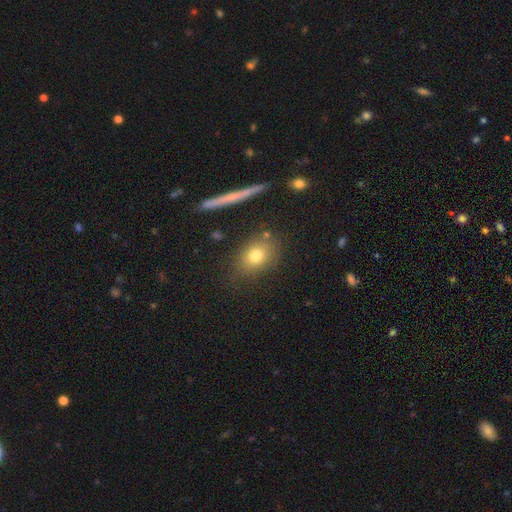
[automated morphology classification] smooth_or_featured: smooth (p=0.76) [alt: featured or disk p=0.12]
how_rounded: in between (p=0.52) [alt: round p=0.44]
merging: none (p=0.79) [alt: minor disturbance p=0.12]